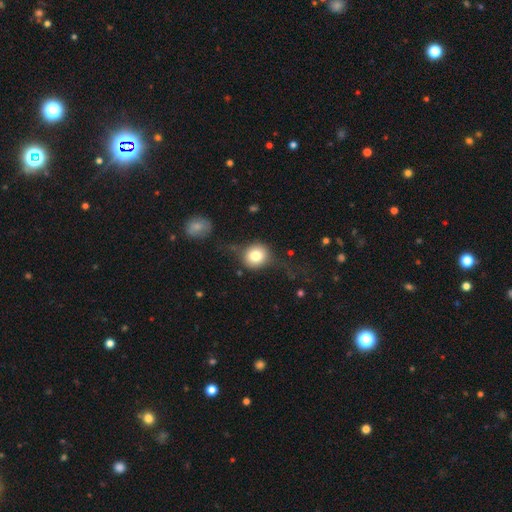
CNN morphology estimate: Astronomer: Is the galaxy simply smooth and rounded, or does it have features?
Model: smooth — 72%.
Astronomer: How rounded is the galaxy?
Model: round — 86%.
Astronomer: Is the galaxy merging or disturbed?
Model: none — 59%.